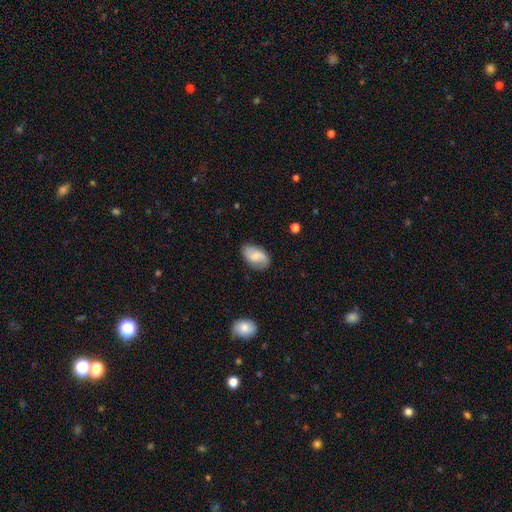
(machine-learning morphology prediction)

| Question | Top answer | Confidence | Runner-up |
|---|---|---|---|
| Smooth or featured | smooth | 62% | featured or disk (31%) |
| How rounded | in between | 92% | round (6%) |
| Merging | none | 81% | minor disturbance (15%) |